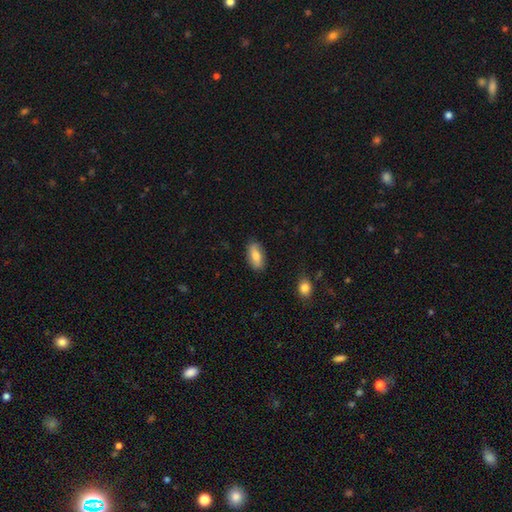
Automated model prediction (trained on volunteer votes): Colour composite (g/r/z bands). It shows a smooth galaxy with no disk features (78%) that is in between round and cigar-shaped (86%). Merging: none (85%).